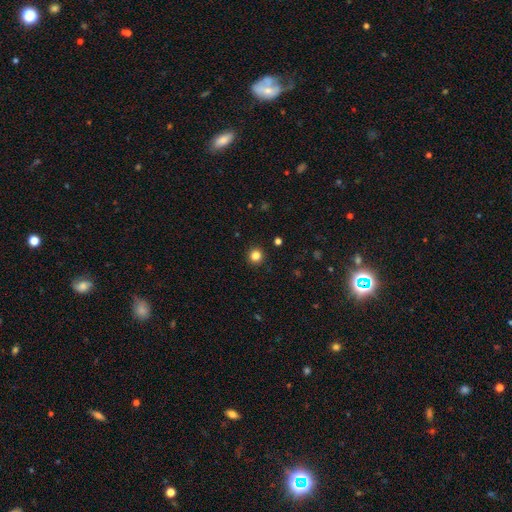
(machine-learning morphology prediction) A smooth galaxy with no disk features (84%) that is round (94%). Merging: none (93%).